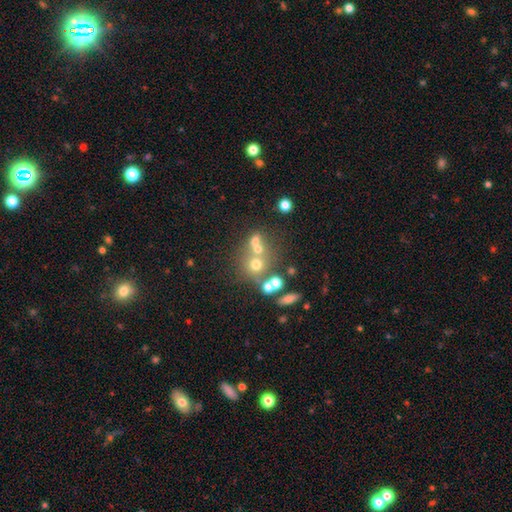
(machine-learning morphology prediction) smooth_or_featured: smooth (p=0.46) [alt: star or artifact p=0.31]
merging: merger (p=0.45) [alt: none p=0.42]